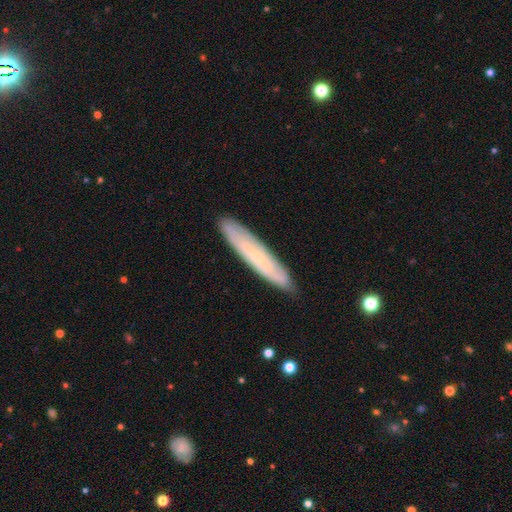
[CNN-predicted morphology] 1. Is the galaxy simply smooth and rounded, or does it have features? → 52% featured or disk, 42% smooth, 7% star or artifact.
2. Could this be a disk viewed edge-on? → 60% yes, 40% no.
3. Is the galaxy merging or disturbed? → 87% none, 10% minor disturbance, 2% major disturbance, 1% merger.